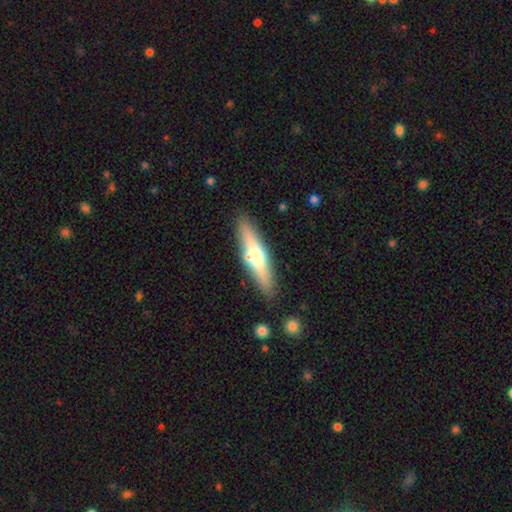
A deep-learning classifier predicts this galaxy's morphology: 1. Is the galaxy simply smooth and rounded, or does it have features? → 51% smooth, 43% featured or disk, 6% star or artifact.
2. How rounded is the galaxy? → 74% cigar-shaped, 24% in between, 2% round.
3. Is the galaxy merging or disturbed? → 83% none, 10% minor disturbance, 5% merger, 2% major disturbance.